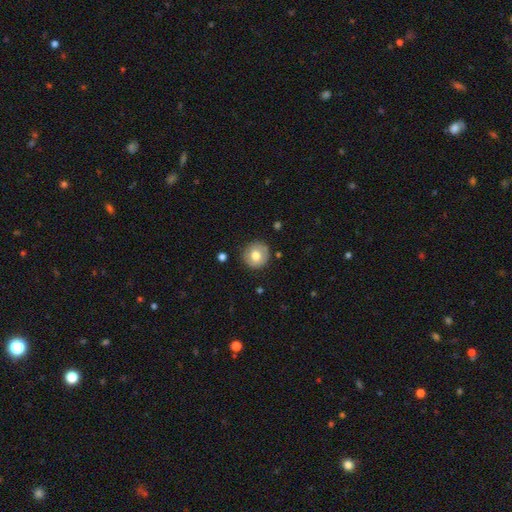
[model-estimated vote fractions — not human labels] Smooth or featured? Predicted: smooth (p=0.73). How rounded? Predicted: round (p=0.93). Merging? Predicted: none (p=0.86).